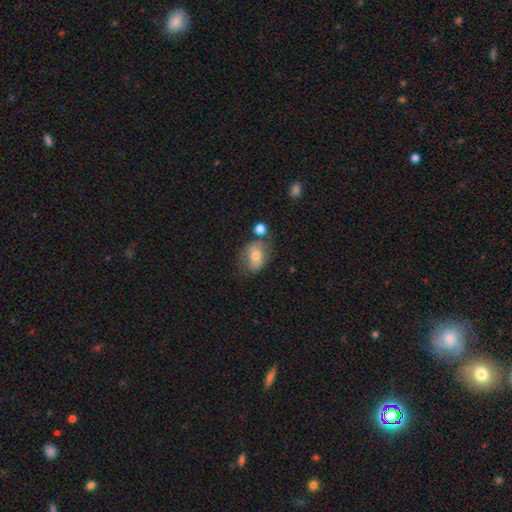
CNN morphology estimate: type=smooth (60%); roundness=in between (73%); merging=none (50%).